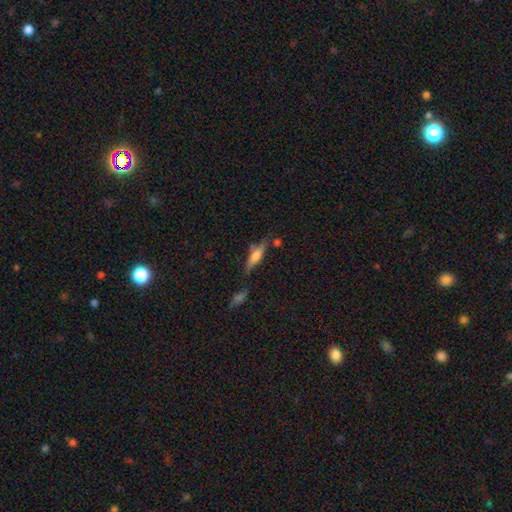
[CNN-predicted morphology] Smooth or featured: smooth — 51% (featured or disk — 40%)
How rounded: cigar-shaped — 65% (in between — 33%)
Merging: none — 63% (minor disturbance — 20%)